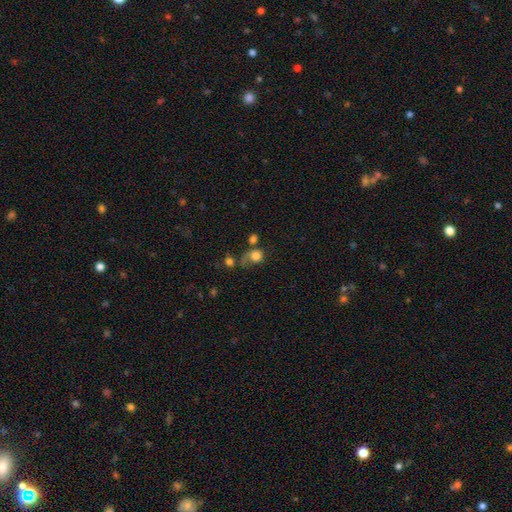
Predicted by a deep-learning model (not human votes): Smooth or featured? smooth (70%)
How rounded? round (74%)
Merging? none (31%)